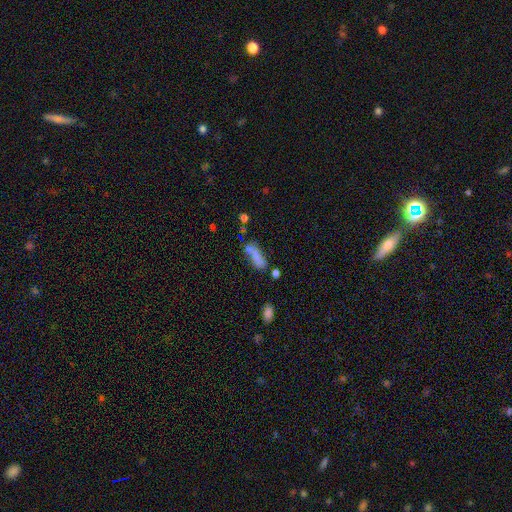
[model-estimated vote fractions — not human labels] The model was most divided on "merging": none: 35%, merger: 33%, minor disturbance: 18%, major disturbance: 13%. More confident: smooth or featured — smooth (68%); how rounded — in between (62%).